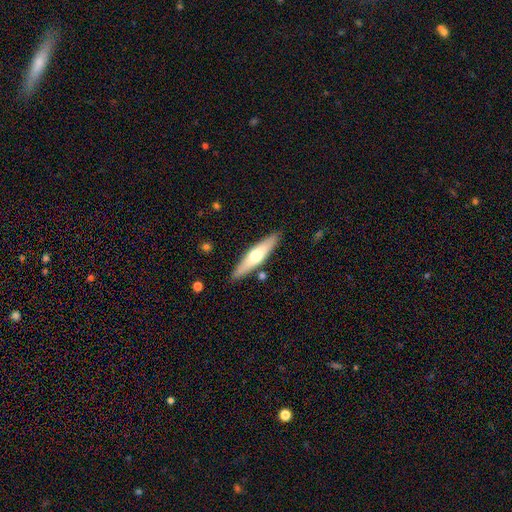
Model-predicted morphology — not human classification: A smooth galaxy with no disk features (50%). Merging: none (87%).